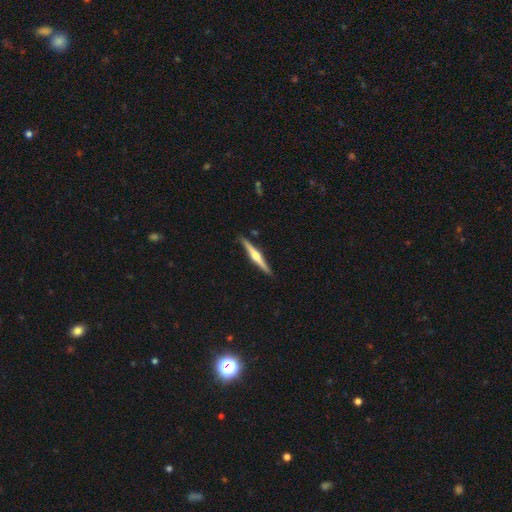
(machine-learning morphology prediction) This appears to be a featured or disk galaxy (73%) viewed edge-on (98%) with a rounded central bulge (89%). Merging: none (90%).